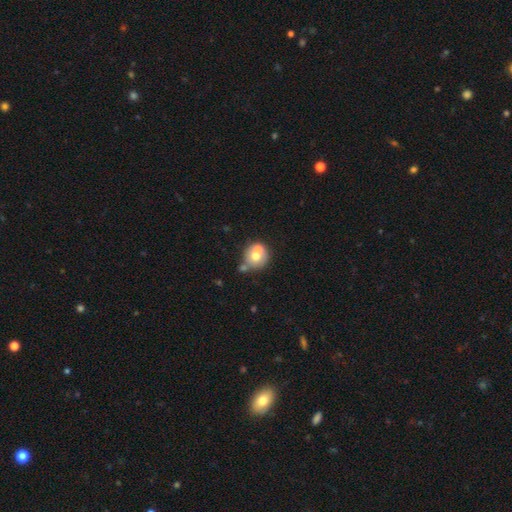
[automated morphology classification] A smooth galaxy with no disk features (62%) that is round (80%). Merging: merger (47%).